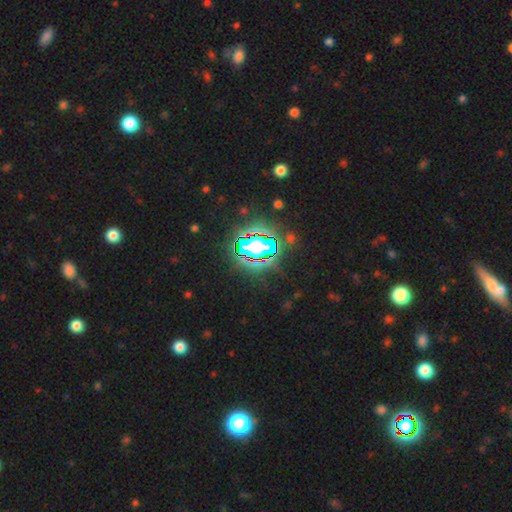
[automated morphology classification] The model was most divided on "smooth or featured": star or artifact: 82%, smooth: 11%, featured or disk: 7%.